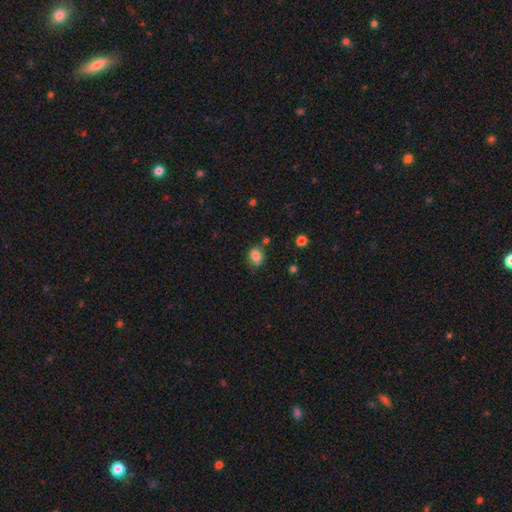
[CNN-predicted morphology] Smooth or featured? Predicted: smooth (p=0.83). How rounded? Predicted: round (p=0.53). Merging? Predicted: none (p=0.69).